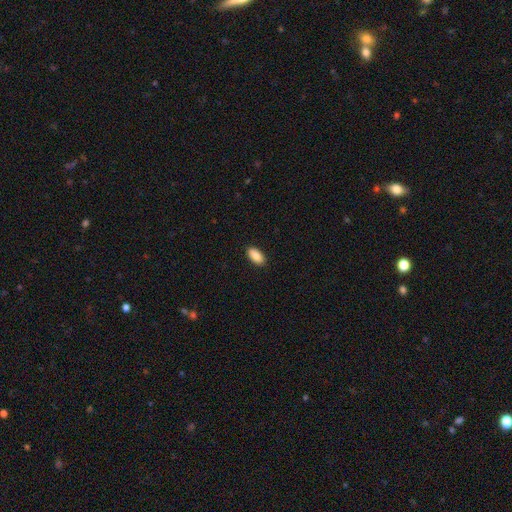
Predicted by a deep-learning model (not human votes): This appears to be a smooth galaxy with no disk features (88%) that is in between round and cigar-shaped (93%). Merging: none (90%).